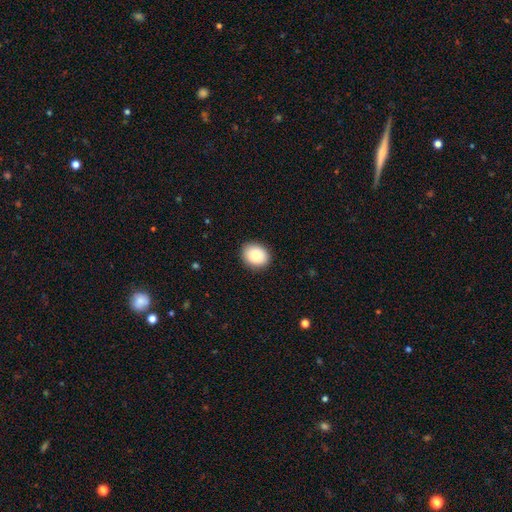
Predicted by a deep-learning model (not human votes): Smooth or featured: smooth — 81% (featured or disk — 10%)
How rounded: round — 55% (in between — 44%)
Merging: none — 90% (minor disturbance — 7%)